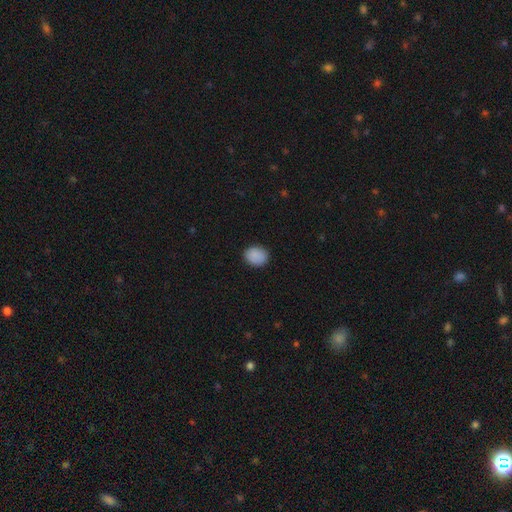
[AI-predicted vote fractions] Overall: smooth (89%). How rounded: round (66%; in between 34%). Merging: none (88%).